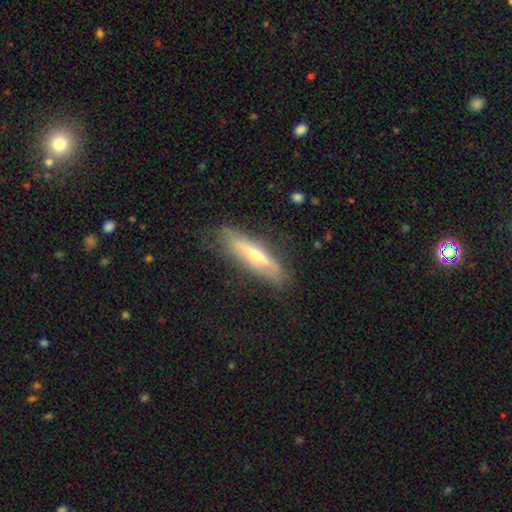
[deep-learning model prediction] featured or disk 56%, smooth 38%, star or artifact 6%. Down the decision tree: edge-on disk — yes (82%); merging — none (76%).